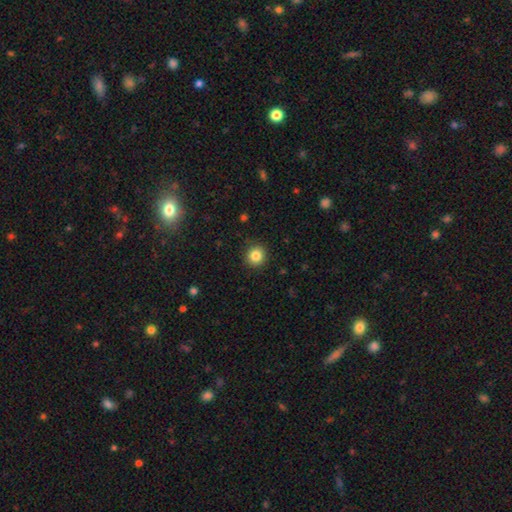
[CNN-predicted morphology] smooth_or_featured: smooth (p=0.84) [alt: star or artifact p=0.11]
how_rounded: round (p=0.92) [alt: in between p=0.07]
merging: none (p=0.90) [alt: minor disturbance p=0.06]